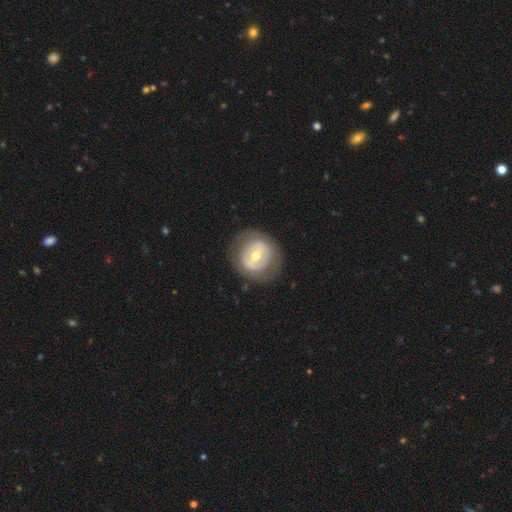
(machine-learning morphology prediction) A featured or disk galaxy (56%) with a weak bar (38%), no spiral arms (77%) and a moderate central bulge (62%).

Vote fractions:
- Smooth or featured? featured or disk: 56% / smooth: 38% / star or artifact: 6%
- Edge-on disk? no: 95% / yes: 5%
- Bar? weak: 38% / no: 37% / strong: 25%
- Spiral arms? no: 77% / yes: 23%
- Bulge size? moderate: 62% / small: 32% / large: 4% / none: 1% / dominant: 1%
- Merging? none: 79% / minor disturbance: 13% / major disturbance: 7% / merger: 1%